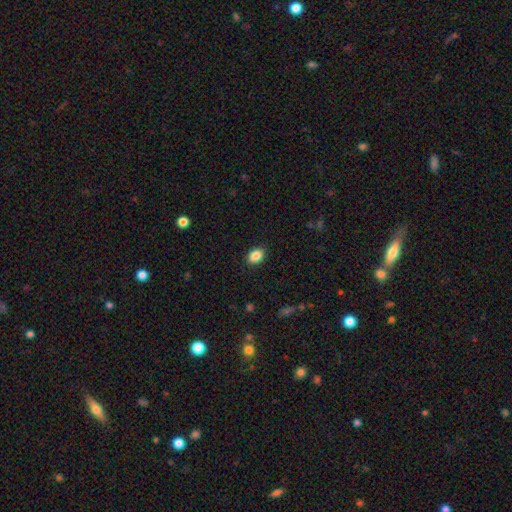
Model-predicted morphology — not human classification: A smooth galaxy with no disk features (87%) that is in between round and cigar-shaped (79%).

Vote fractions:
- Smooth or featured? smooth: 87% / star or artifact: 8% / featured or disk: 5%
- How rounded? in between: 79% / round: 20% / cigar-shaped: 1%
- Merging? none: 89% / minor disturbance: 8% / major disturbance: 2% / merger: 1%